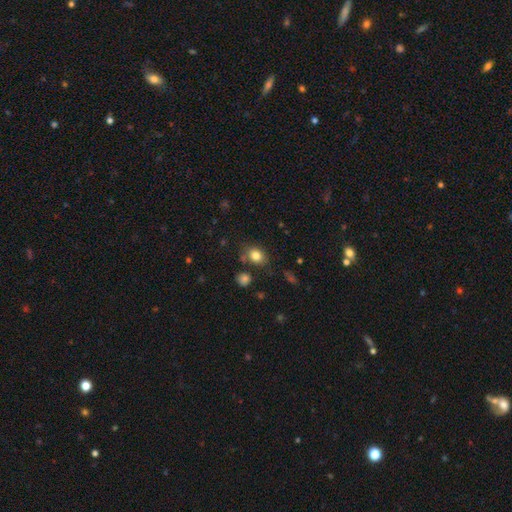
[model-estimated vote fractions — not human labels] Smooth or featured: smooth — 82% (star or artifact — 10%)
How rounded: in between — 58% (round — 40%)
Merging: none — 73% (minor disturbance — 15%)